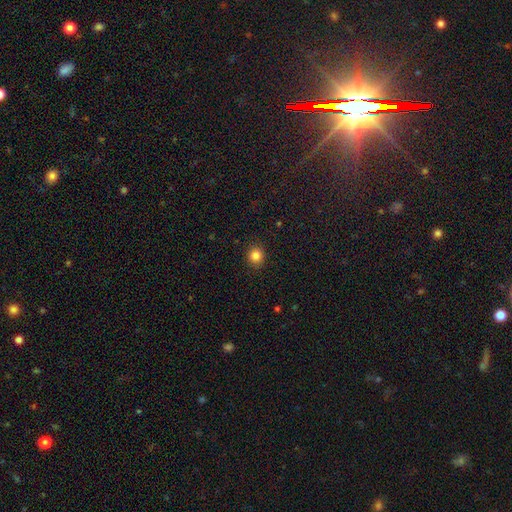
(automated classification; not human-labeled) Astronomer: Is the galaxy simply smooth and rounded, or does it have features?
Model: smooth — 84%.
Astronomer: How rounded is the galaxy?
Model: round — 88%.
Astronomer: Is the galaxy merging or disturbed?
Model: none — 91%.